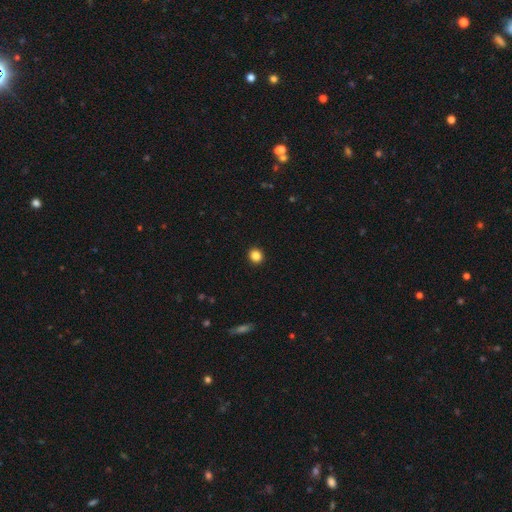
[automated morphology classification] Smooth or featured? smooth (85%)
How rounded? round (88%)
Merging? none (93%)